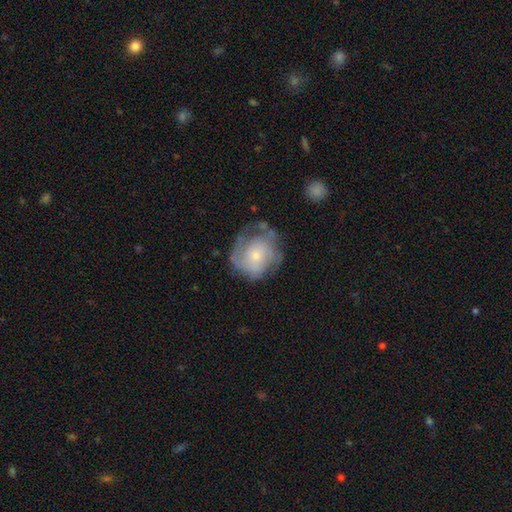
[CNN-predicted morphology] Smooth or featured?
  - featured or disk: 61% *
  - smooth: 32%
  - star or artifact: 7%
Edge-on disk?
  - no: 97% *
  - yes: 3%
Bar?
  - no: 79% *
  - weak: 18%
  - strong: 3%
Spiral arms?
  - yes: 77% *
  - no: 23%
Bulge size?
  - small: 60% *
  - moderate: 33%
  - large: 3%
  - none: 3%
  - dominant: 1%
Merging?
  - none: 52% *
  - minor disturbance: 26%
  - major disturbance: 19%
  - merger: 3%